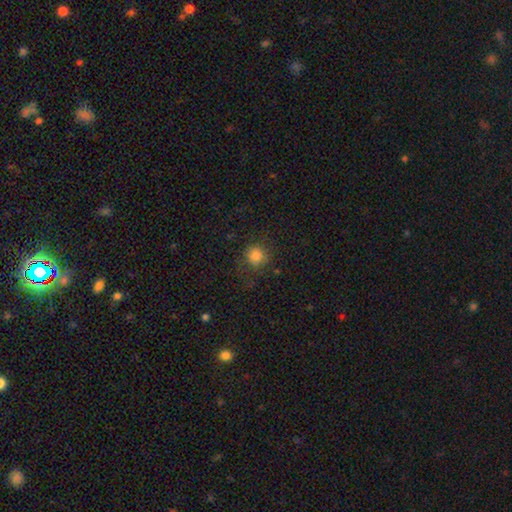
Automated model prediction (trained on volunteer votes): Smooth or featured: smooth — 82% (star or artifact — 12%)
How rounded: round — 90% (in between — 9%)
Merging: none — 76% (minor disturbance — 15%)